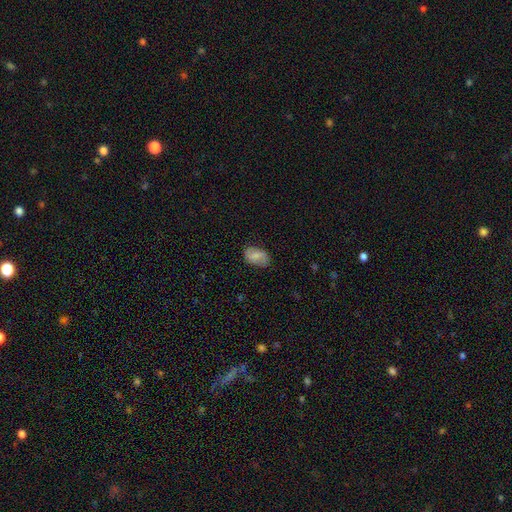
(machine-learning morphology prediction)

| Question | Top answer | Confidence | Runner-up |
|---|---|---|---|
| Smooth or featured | smooth | 69% | featured or disk (24%) |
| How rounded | in between | 89% | round (9%) |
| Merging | none | 74% | minor disturbance (21%) |